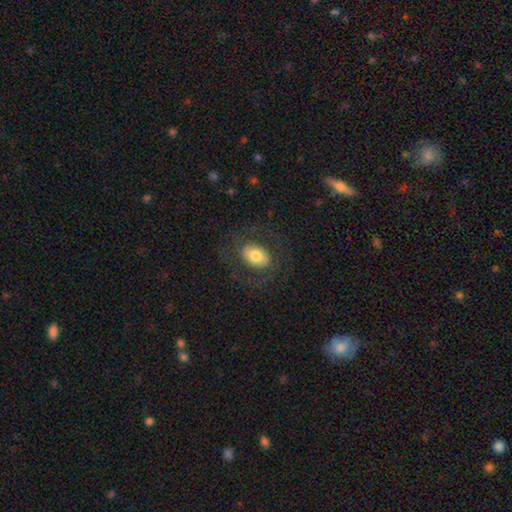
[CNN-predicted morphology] smooth 62%, featured or disk 30%, star or artifact 8%. Down the decision tree: how rounded — in between (75%); merging — none (73%).